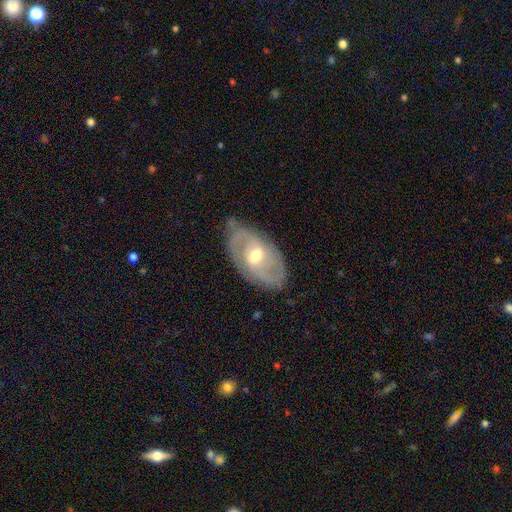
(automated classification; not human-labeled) featured or disk 71%, smooth 24%, star or artifact 6%. Down the decision tree: edge-on disk — no (92%); bar — weak (49%); spiral arms — yes (73%); bulge size — moderate (65%); merging — none (74%).